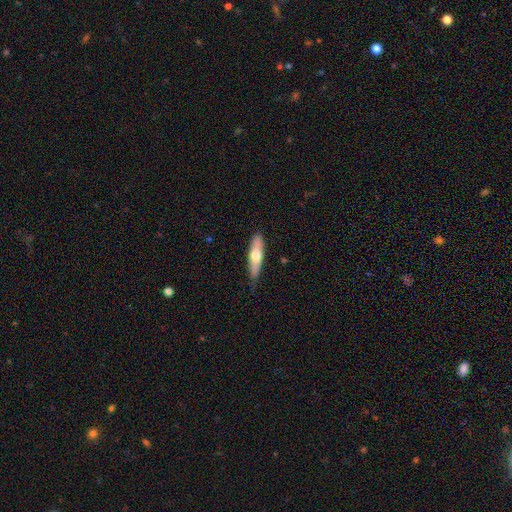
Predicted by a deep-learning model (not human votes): Smooth or featured? smooth (56%)
How rounded? cigar-shaped (70%)
Merging? none (82%)